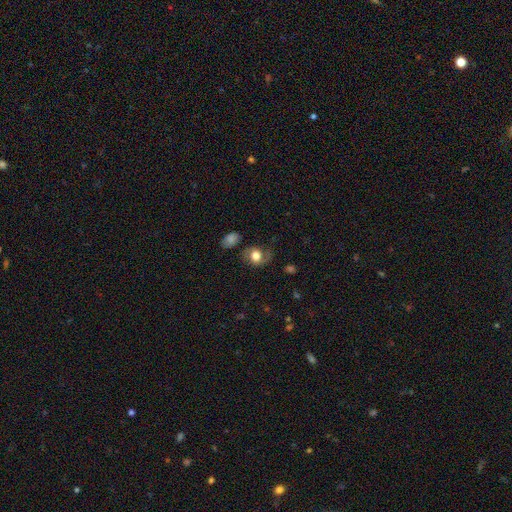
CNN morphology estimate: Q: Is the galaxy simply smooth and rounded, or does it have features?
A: smooth — 62%.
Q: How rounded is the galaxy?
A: round — 54%.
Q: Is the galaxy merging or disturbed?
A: none — 62%.